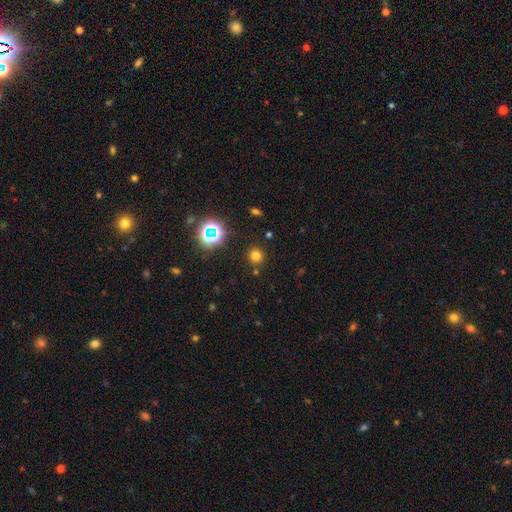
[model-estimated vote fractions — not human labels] Morphology: type=smooth (71%); roundness=round (94%); merging=none (87%).